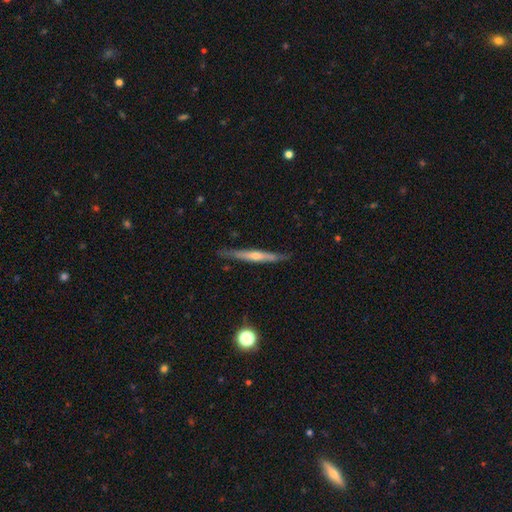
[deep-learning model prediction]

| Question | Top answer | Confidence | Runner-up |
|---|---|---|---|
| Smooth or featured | featured or disk | 70% | smooth (24%) |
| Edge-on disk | yes | 97% | no (3%) |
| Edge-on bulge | rounded | 69% | none (25%) |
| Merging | none | 87% | minor disturbance (10%) |